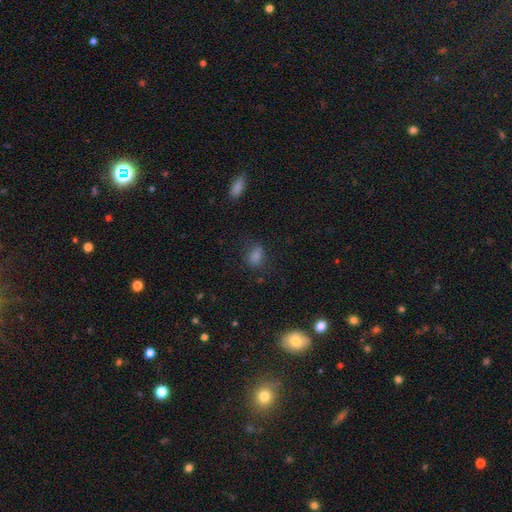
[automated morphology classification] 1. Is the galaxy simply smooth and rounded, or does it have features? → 70% smooth, 21% star or artifact, 9% featured or disk.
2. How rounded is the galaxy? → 68% in between, 29% round, 3% cigar-shaped.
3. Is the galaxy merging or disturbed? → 69% none, 19% minor disturbance, 9% major disturbance, 3% merger.